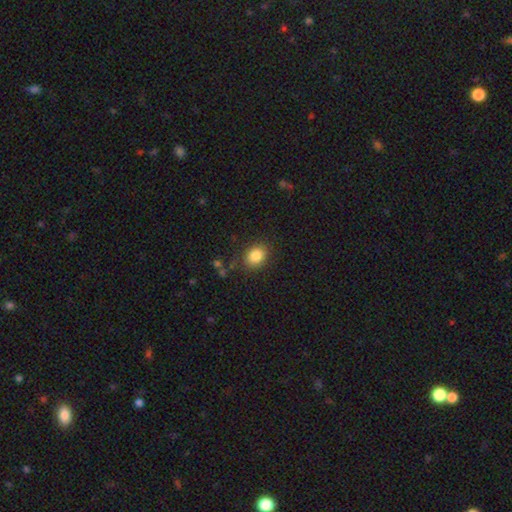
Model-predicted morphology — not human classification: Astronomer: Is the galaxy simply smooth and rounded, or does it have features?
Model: smooth — 85%.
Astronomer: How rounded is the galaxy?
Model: round — 50% (runner-up: in between, 49%).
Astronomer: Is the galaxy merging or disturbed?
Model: none — 83%.